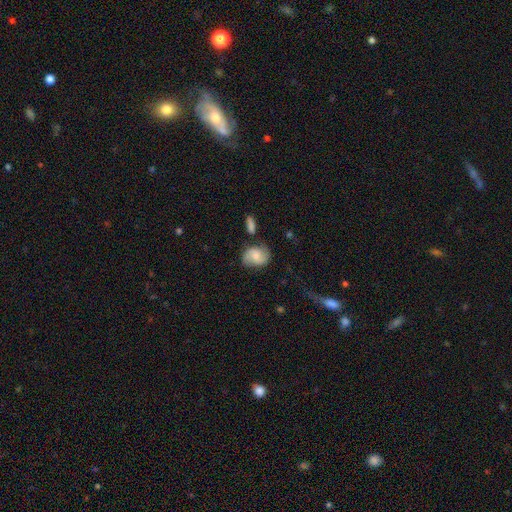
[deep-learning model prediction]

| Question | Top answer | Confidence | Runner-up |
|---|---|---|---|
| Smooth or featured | smooth | 50% | featured or disk (41%) |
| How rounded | in between | 52% | round (47%) |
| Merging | none | 67% | minor disturbance (20%) |